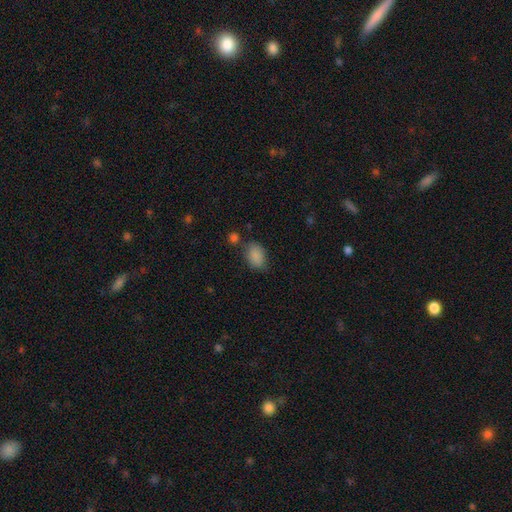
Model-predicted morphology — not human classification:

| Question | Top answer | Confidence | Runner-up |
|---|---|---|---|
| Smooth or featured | smooth | 87% | star or artifact (9%) |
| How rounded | in between | 85% | round (14%) |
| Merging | none | 65% | minor disturbance (21%) |